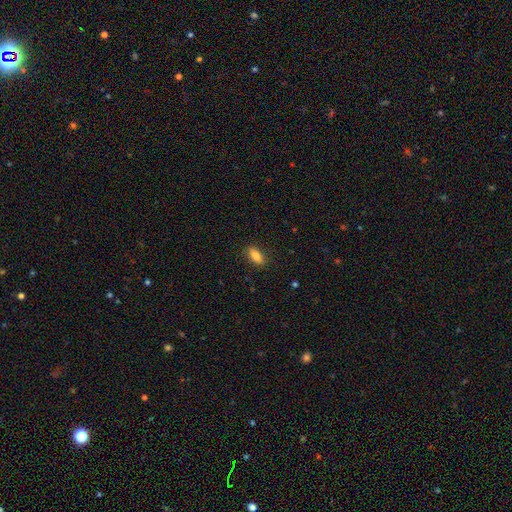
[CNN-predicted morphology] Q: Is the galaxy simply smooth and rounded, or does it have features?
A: smooth — 86%.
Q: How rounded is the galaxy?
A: in between — 79%.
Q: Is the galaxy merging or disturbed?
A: none — 86%.